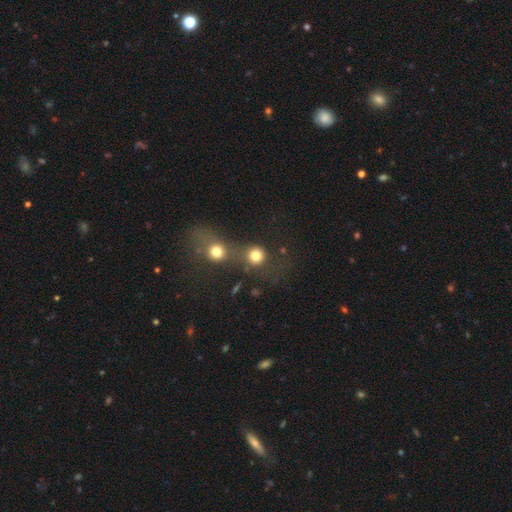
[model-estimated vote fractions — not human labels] A smooth galaxy with no disk features (78%) that is round (89%). Merging: merger (47%).